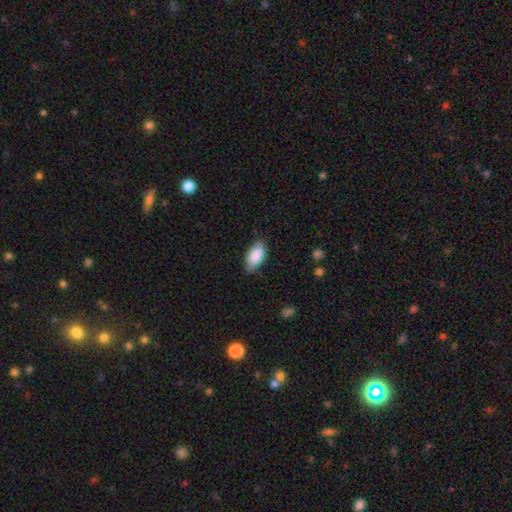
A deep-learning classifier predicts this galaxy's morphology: smooth_or_featured: smooth (p=0.88) [alt: featured or disk p=0.06]
how_rounded: in between (p=0.94) [alt: cigar-shaped p=0.03]
merging: none (p=0.76) [alt: minor disturbance p=0.19]